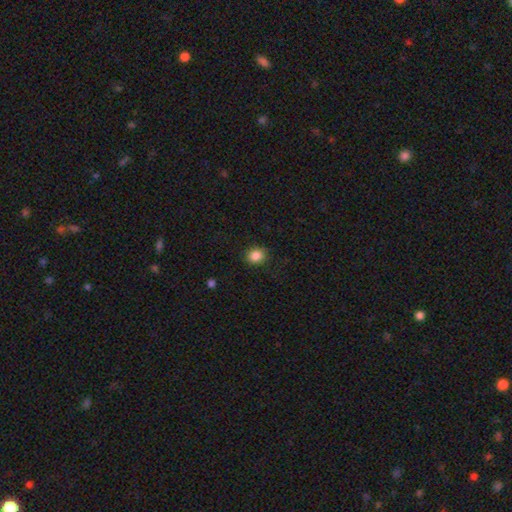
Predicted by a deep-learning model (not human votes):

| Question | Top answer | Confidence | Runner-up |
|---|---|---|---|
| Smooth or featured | smooth | 86% | star or artifact (10%) |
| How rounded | round | 73% | in between (26%) |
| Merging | none | 86% | minor disturbance (10%) |